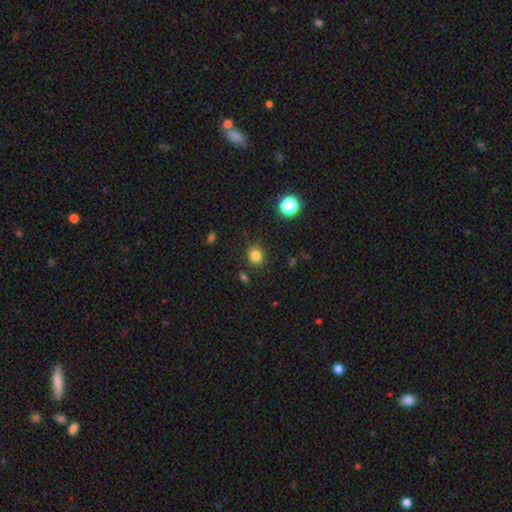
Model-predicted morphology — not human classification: smooth 81%, star or artifact 14%, featured or disk 5%. Down the decision tree: how rounded — round (75%); merging — none (84%).